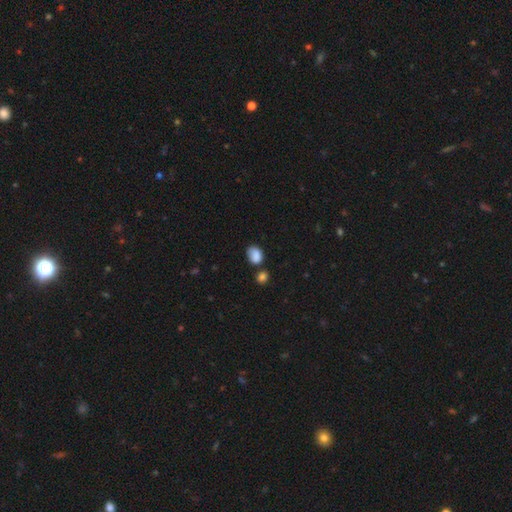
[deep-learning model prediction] Smooth or featured? smooth (84%)
How rounded? in between (70%)
Merging? none (53%)